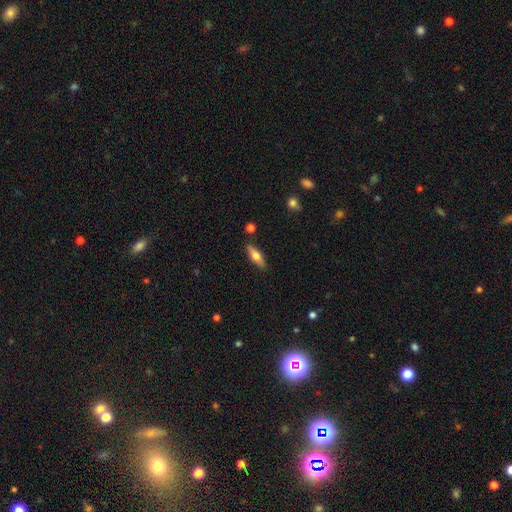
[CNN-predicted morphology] A smooth galaxy with no disk features (60%) that is in between round and cigar-shaped (50%). Merging: none (86%).